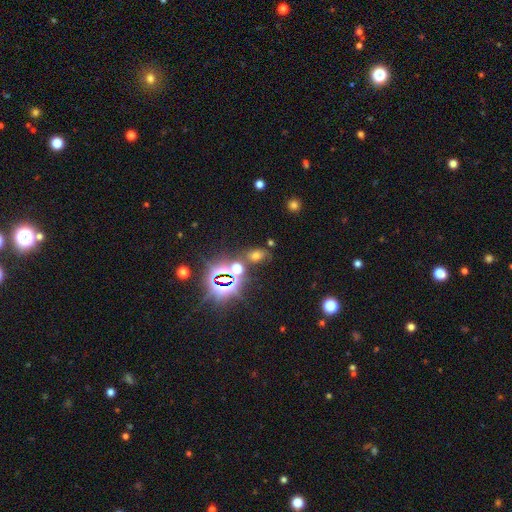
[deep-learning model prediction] A smooth galaxy with no disk features (45%). Merging: none (70%).